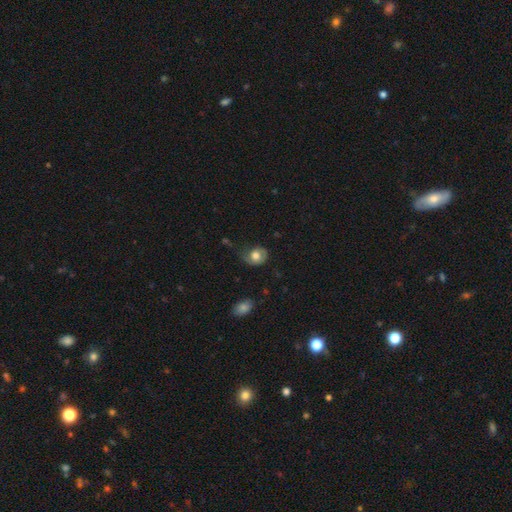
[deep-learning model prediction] A smooth galaxy with no disk features (64%) that is round (57%).

Vote fractions:
- Smooth or featured? smooth: 64% / featured or disk: 28% / star or artifact: 8%
- How rounded? round: 57% / in between: 42% / cigar-shaped: 1%
- Merging? none: 43% / minor disturbance: 31% / major disturbance: 24% / merger: 2%